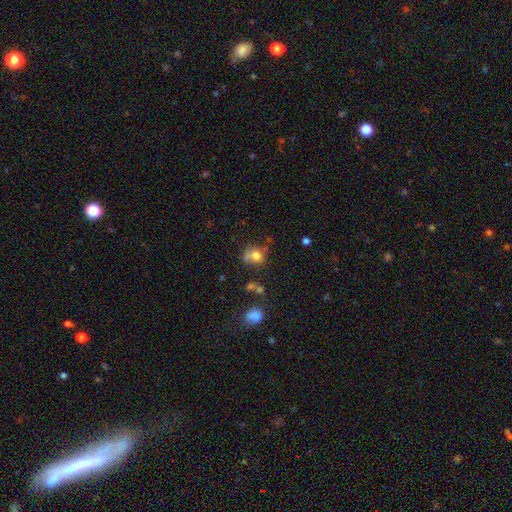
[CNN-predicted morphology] A smooth galaxy with no disk features (75%) that is round (66%).

Vote fractions:
- Smooth or featured? smooth: 75% / star or artifact: 13% / featured or disk: 12%
- How rounded? round: 66% / in between: 33% / cigar-shaped: 1%
- Merging? none: 46% / minor disturbance: 22% / merger: 20% / major disturbance: 11%